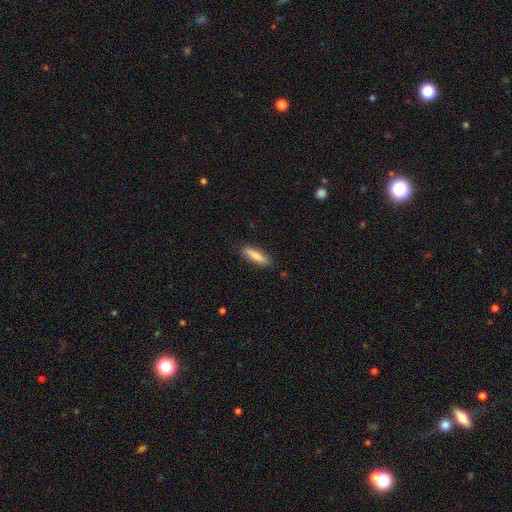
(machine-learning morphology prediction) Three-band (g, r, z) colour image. It shows a smooth galaxy with no disk features (82%) that is cigar-shaped (68%). Merging: none (85%).